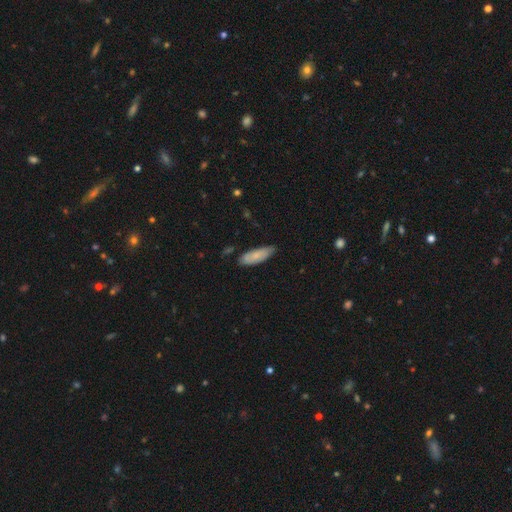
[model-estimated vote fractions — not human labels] Smooth or featured: smooth — 73% (featured or disk — 21%)
How rounded: in between — 67% (cigar-shaped — 32%)
Merging: none — 70% (minor disturbance — 24%)